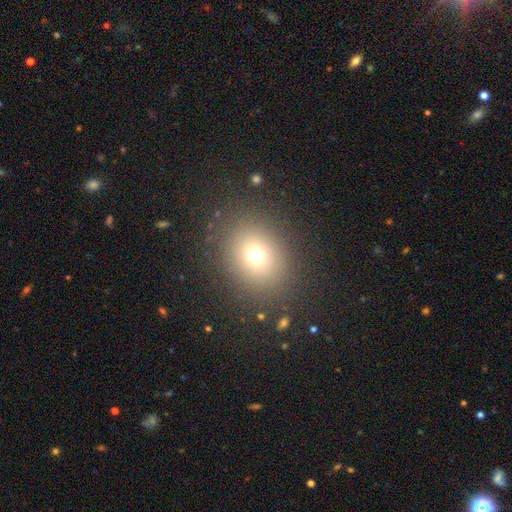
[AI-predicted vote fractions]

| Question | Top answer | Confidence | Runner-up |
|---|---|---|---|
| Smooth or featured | smooth | 70% | star or artifact (19%) |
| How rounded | round | 63% | in between (36%) |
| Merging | none | 86% | minor disturbance (8%) |